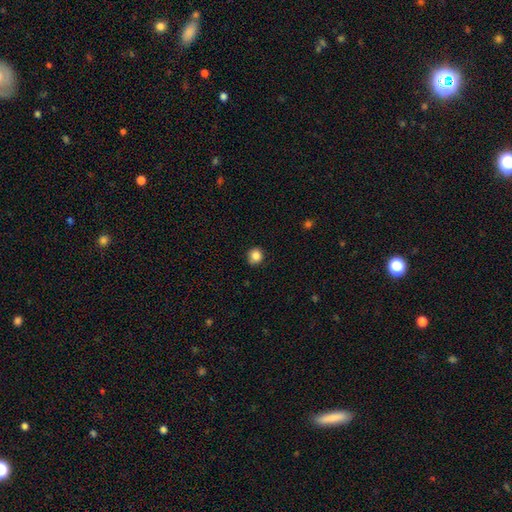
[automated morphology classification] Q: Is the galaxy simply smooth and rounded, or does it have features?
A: smooth — 85%.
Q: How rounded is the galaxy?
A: round — 87%.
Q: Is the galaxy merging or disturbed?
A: none — 83%.